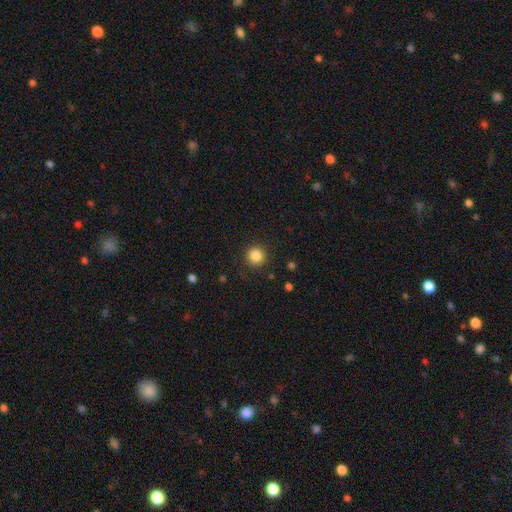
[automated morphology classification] Smooth or featured?
  - smooth: 86% *
  - star or artifact: 11%
  - featured or disk: 4%
How rounded?
  - round: 94% *
  - in between: 5%
  - cigar-shaped: 1%
Merging?
  - none: 91% *
  - minor disturbance: 6%
  - major disturbance: 2%
  - merger: 1%